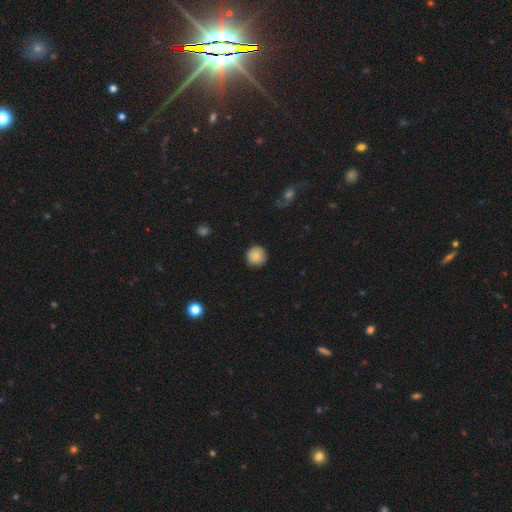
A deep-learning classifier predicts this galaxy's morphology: smooth-or-featured: smooth: 78% | featured or disk: 14% | star or artifact: 8%
  how-rounded: round: 94% | in between: 5% | cigar-shaped: 1%
  merging: none: 87% | minor disturbance: 10% | major disturbance: 2% | merger: 1%